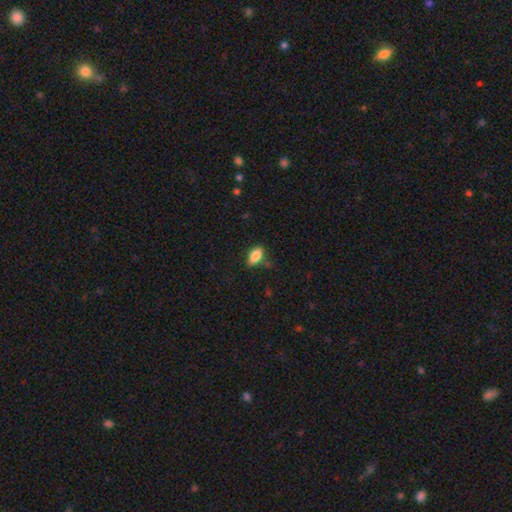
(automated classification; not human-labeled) smooth_or_featured: smooth (p=0.84) [alt: star or artifact p=0.08]
how_rounded: in between (p=0.89) [alt: round p=0.07]
merging: none (p=0.75) [alt: minor disturbance p=0.18]